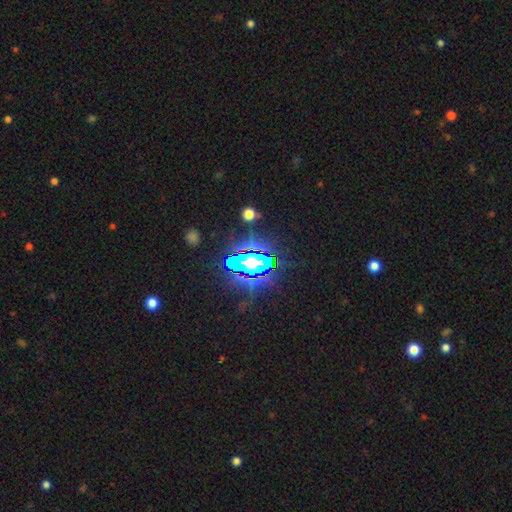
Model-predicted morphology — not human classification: smooth-or-featured: star or artifact: 83% | smooth: 9% | featured or disk: 7%